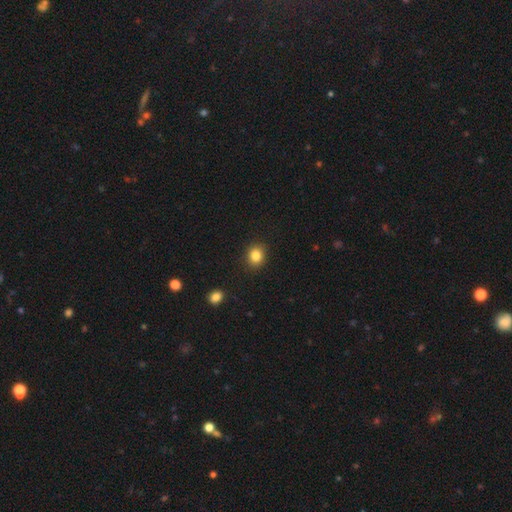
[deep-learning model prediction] Smooth or featured: smooth — 84% (star or artifact — 11%)
How rounded: round — 73% (in between — 26%)
Merging: none — 89% (minor disturbance — 7%)